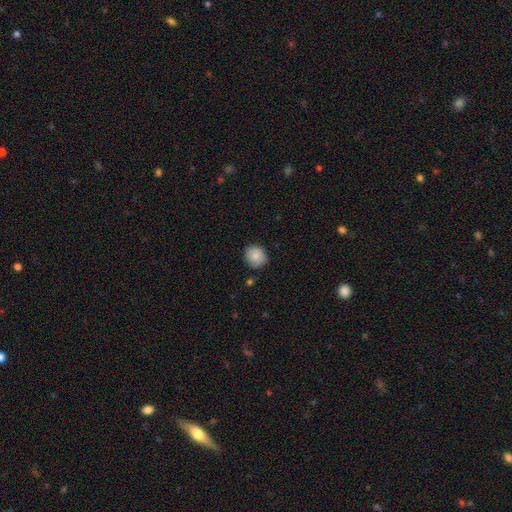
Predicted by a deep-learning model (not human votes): This is clearly a smooth galaxy (85%). How rounded: clearly round (87%). Merging: clearly none (83%).